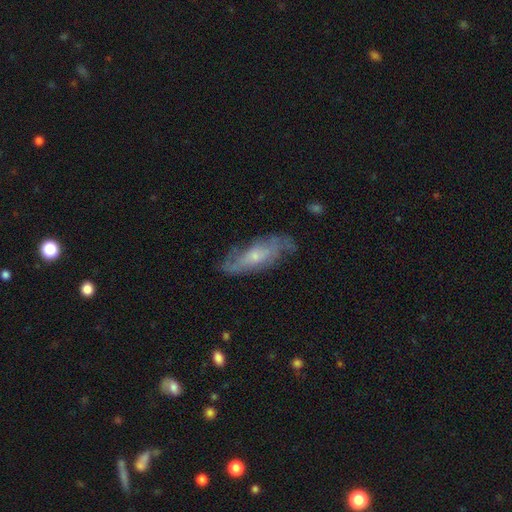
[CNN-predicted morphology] featured or disk 65%, smooth 29%, star or artifact 7%. Down the decision tree: edge-on disk — no (81%); bar — no (71%); spiral arms — yes (79%); bulge size — small (64%); merging — none (65%).